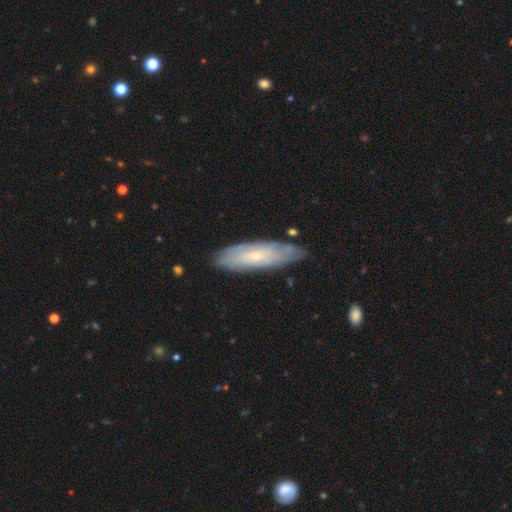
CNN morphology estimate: smooth-or-featured: featured or disk: 52% | smooth: 41% | star or artifact: 7%
  disk-edge-on: no: 70% | yes: 30%
  merging: none: 79% | minor disturbance: 16% | major disturbance: 3% | merger: 2%